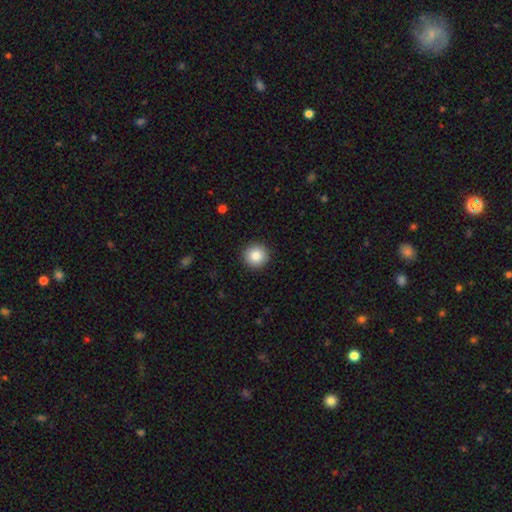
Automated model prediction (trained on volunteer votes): Smooth or featured? Predicted: smooth (p=0.85). How rounded? Predicted: round (p=0.96). Merging? Predicted: none (p=0.92).